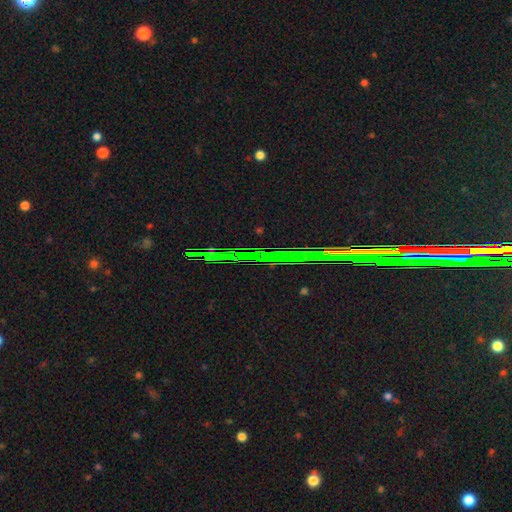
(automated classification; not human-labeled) Smooth or featured? star or artifact (83%)